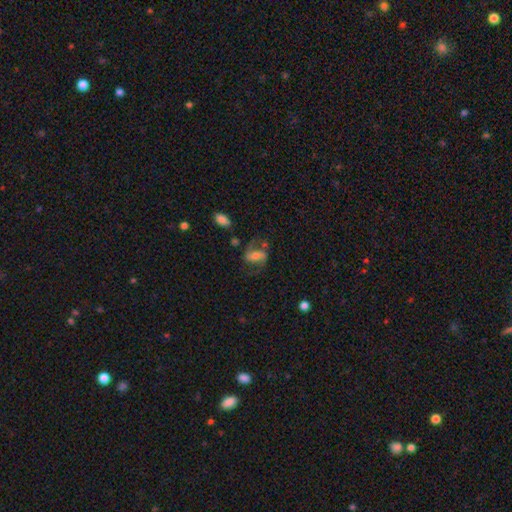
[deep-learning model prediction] smooth-or-featured: featured or disk: 74% | smooth: 18% | star or artifact: 8%
  disk-edge-on: no: 97% | yes: 3%
    bar: weak: 40% | strong: 31% | no: 29%
    has-spiral-arms: yes: 93% | no: 7%
      spiral-winding: medium: 46% | loose: 43% | tight: 11%
      spiral-arm-count: 2: 91% | can't tell: 3% | 1: 3% | 3: 1% | 4: 1% | more than 4: 1%
    bulge-size: moderate: 48% | small: 33% | large: 11% | none: 6% | dominant: 2%
  merging: none: 63% | minor disturbance: 18% | major disturbance: 14% | merger: 6%